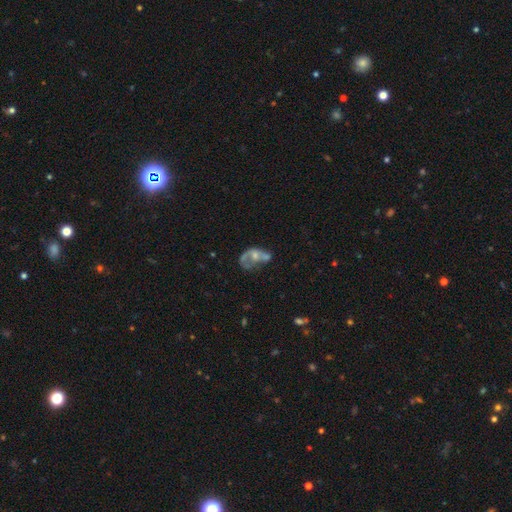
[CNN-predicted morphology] Smooth or featured: featured or disk — 58% (smooth — 32%)
Edge-on disk: no — 97% (yes — 3%)
Bar: no — 77% (weak — 19%)
Spiral arms: no — 57% (yes — 43%)
Bulge size: moderate — 40% (small — 38%)
Merging: major disturbance — 34% (merger — 29%)